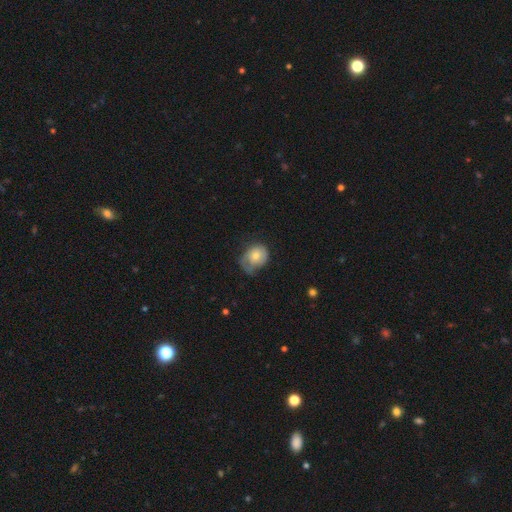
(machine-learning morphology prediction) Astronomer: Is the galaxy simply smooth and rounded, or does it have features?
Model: smooth — 64%.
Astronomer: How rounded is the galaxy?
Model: round — 52% (runner-up: in between, 47%).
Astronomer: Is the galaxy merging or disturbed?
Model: minor disturbance — 38% (runner-up: none, 35%).